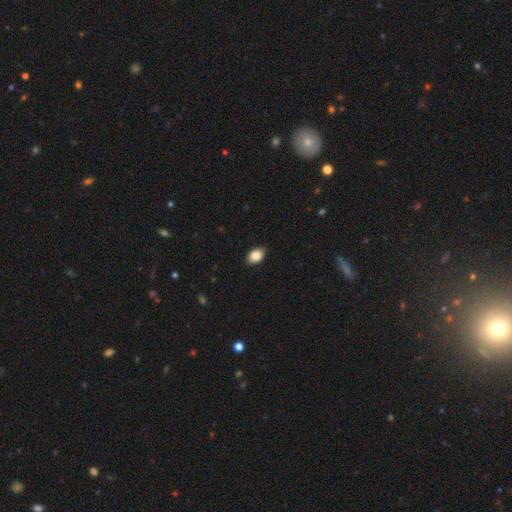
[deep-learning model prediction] This appears to be a smooth galaxy with no disk features (88%) that is in between round and cigar-shaped (84%). Merging: none (87%).